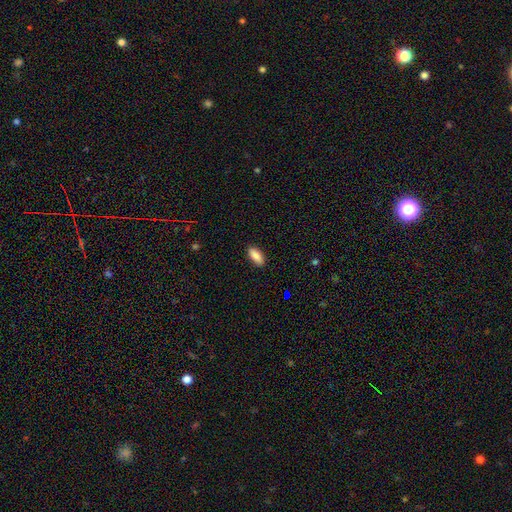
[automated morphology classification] Overall: smooth (89%). How rounded: in between (84%). Merging: none (89%).